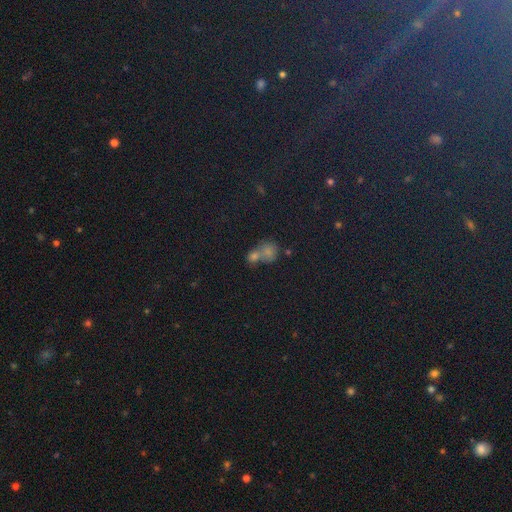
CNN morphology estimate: The model was most divided on "merging": merger: 57%, none: 32%, minor disturbance: 7%, major disturbance: 4%. More confident: how rounded — round (71%); smooth or featured — smooth (57%).